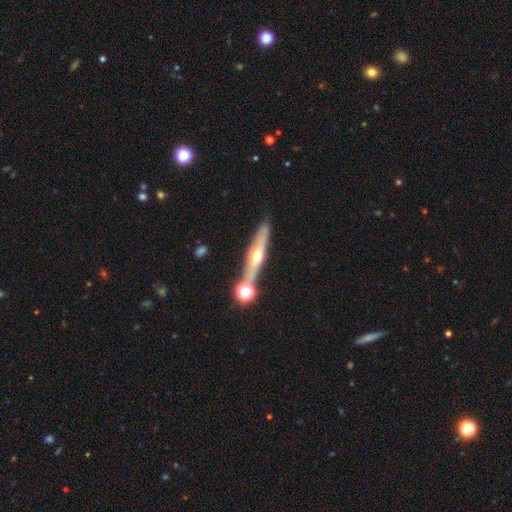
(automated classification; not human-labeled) smooth_or_featured: featured or disk (p=0.62) [alt: smooth p=0.30]
disk_edge_on: yes (p=0.88) [alt: no p=0.12]
edge_on_bulge: rounded (p=0.92) [alt: none p=0.05]
merging: none (p=0.75) [alt: minor disturbance p=0.11]